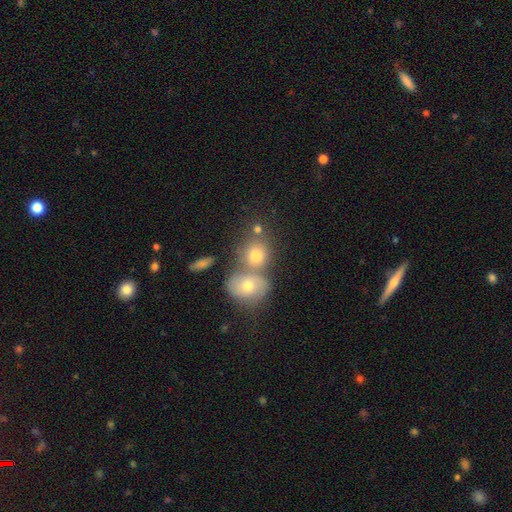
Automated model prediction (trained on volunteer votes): The model was most divided on "merging": merger: 45%, none: 40%, minor disturbance: 10%, major disturbance: 4%. More confident: smooth or featured — smooth (70%); how rounded — round (64%).